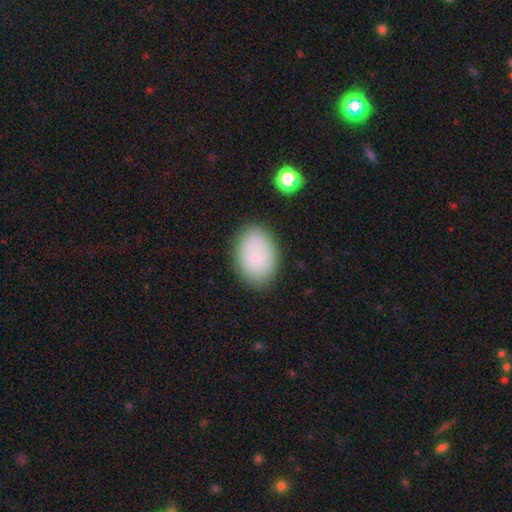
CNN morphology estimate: smooth_or_featured: smooth (p=0.81) [alt: featured or disk p=0.11]
how_rounded: in between (p=0.84) [alt: round p=0.15]
merging: none (p=0.84) [alt: minor disturbance p=0.11]